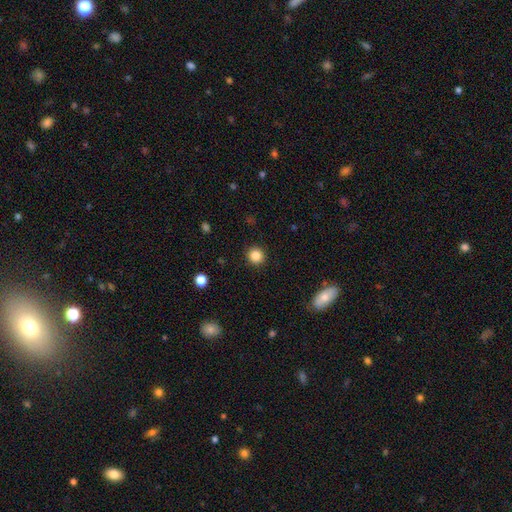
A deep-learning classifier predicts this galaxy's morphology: smooth-or-featured: smooth: 85% | star or artifact: 11% | featured or disk: 5%
  how-rounded: round: 93% | in between: 6% | cigar-shaped: 1%
  merging: none: 92% | minor disturbance: 5% | major disturbance: 2% | merger: 1%